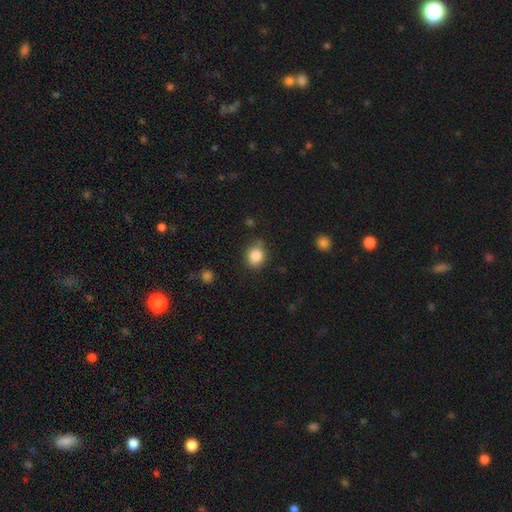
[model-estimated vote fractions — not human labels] Smooth or featured?
  - smooth: 84% *
  - star or artifact: 10%
  - featured or disk: 6%
How rounded?
  - round: 70% *
  - in between: 29%
  - cigar-shaped: 1%
Merging?
  - none: 76% *
  - minor disturbance: 17%
  - major disturbance: 4%
  - merger: 3%